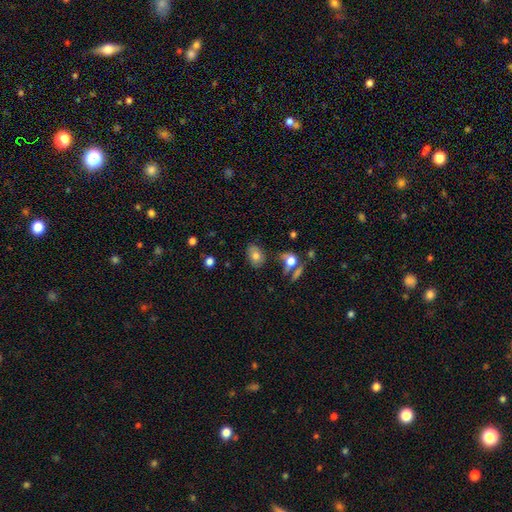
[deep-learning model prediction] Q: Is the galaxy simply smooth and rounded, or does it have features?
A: smooth — 73%.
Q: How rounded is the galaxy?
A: in between — 77%.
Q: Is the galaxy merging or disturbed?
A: none — 67%.